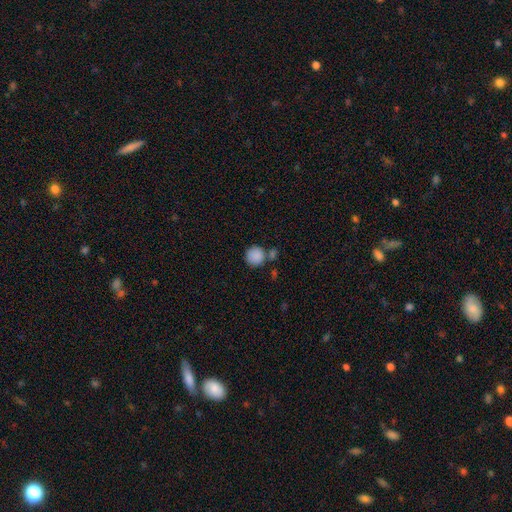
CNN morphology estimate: type=smooth (88%); roundness=round (91%); merging=none (66%).